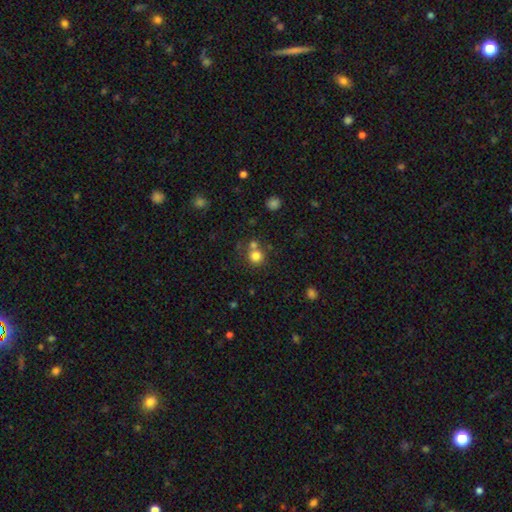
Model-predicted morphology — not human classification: smooth 79%, star or artifact 13%, featured or disk 8%. Down the decision tree: how rounded — round (90%); merging — none (59%).